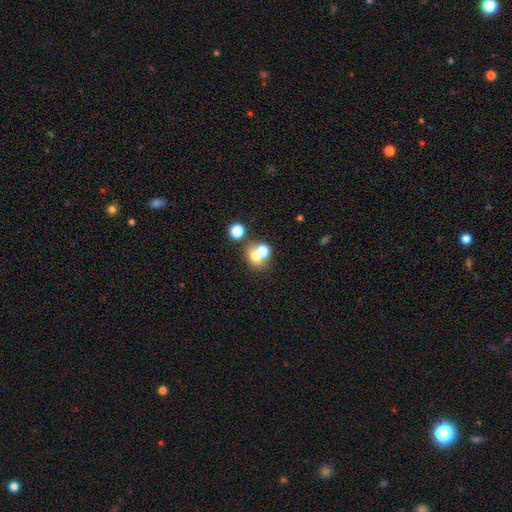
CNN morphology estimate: The model was most divided on "merging": merger: 47%, none: 41%, minor disturbance: 8%, major disturbance: 4%. More confident: how rounded — round (66%); smooth or featured — smooth (66%).